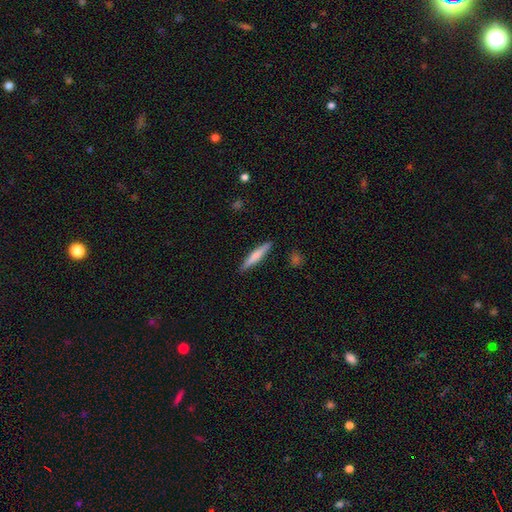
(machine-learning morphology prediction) Smooth or featured: smooth — 66% (featured or disk — 29%)
How rounded: cigar-shaped — 92% (in between — 6%)
Merging: none — 90% (minor disturbance — 7%)